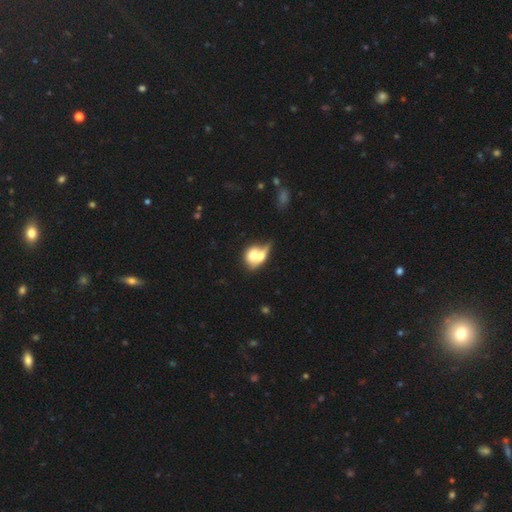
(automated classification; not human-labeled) smooth 65%, featured or disk 28%, star or artifact 8%. Down the decision tree: how rounded — in between (49%); merging — merger (67%).